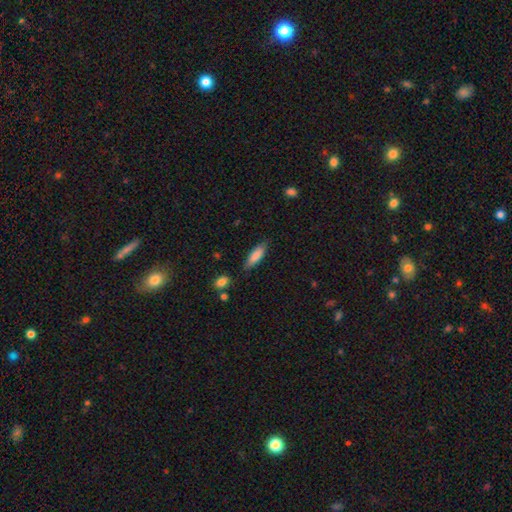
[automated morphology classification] This is clearly a smooth galaxy (84%). How rounded: possibly in between (51%). Merging: likely none (80%).